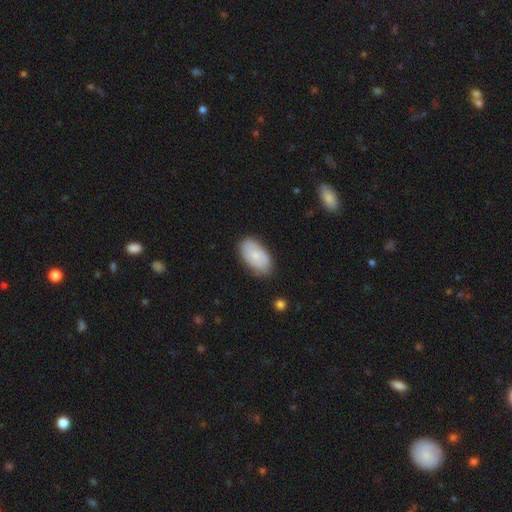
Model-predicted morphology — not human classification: Overall: smooth (66%; featured or disk 28%). How rounded: in between (94%). Merging: none (76%).